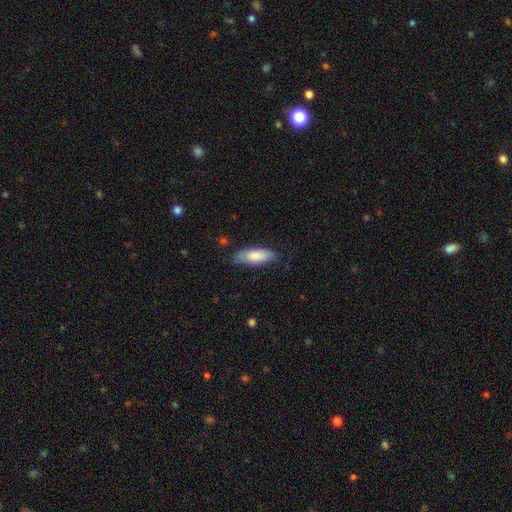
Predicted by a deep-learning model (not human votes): Smooth or featured? smooth (82%)
How rounded? in between (69%)
Merging? none (72%)